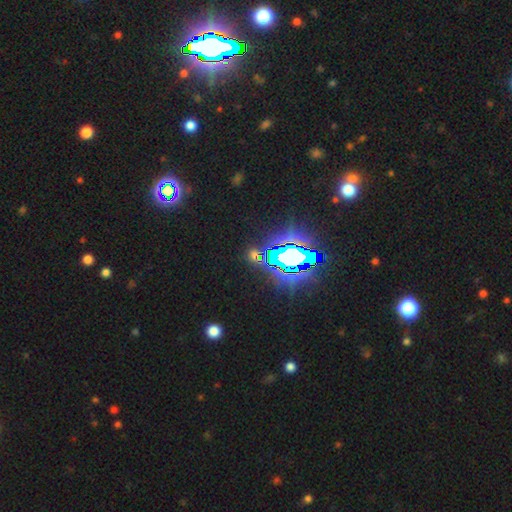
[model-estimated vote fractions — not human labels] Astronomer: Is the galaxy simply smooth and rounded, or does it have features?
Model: star or artifact — 72%.